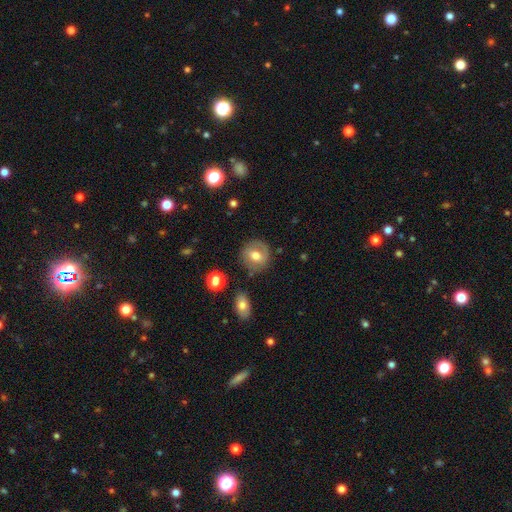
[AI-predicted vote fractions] This is possibly a smooth galaxy (55%). How rounded: likely round (79%). Merging: likely none (78%).